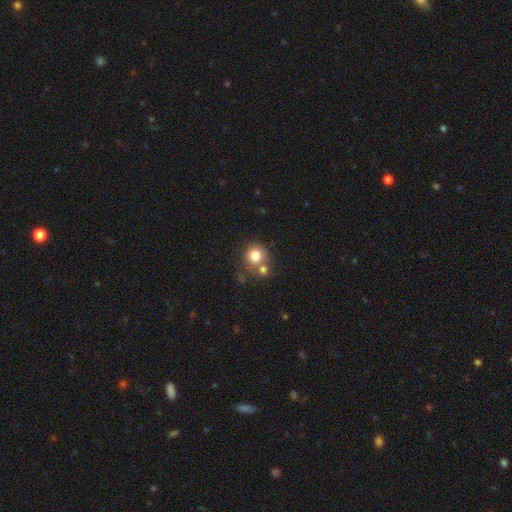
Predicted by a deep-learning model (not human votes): Smooth or featured: smooth — 80% (star or artifact — 10%)
How rounded: round — 89% (in between — 10%)
Merging: none — 54% (merger — 30%)